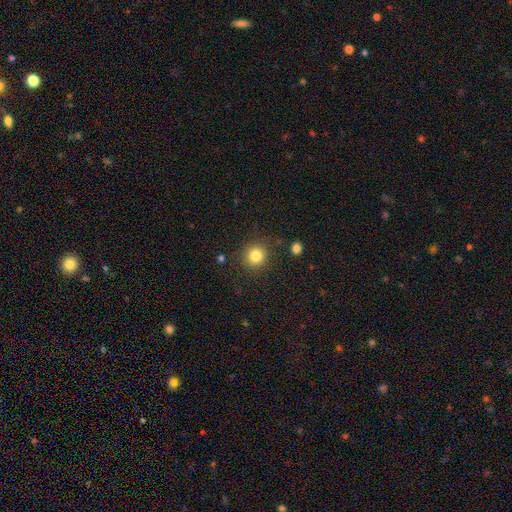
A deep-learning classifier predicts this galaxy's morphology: Smooth or featured: smooth — 83% (star or artifact — 11%)
How rounded: round — 89% (in between — 10%)
Merging: none — 87% (minor disturbance — 8%)